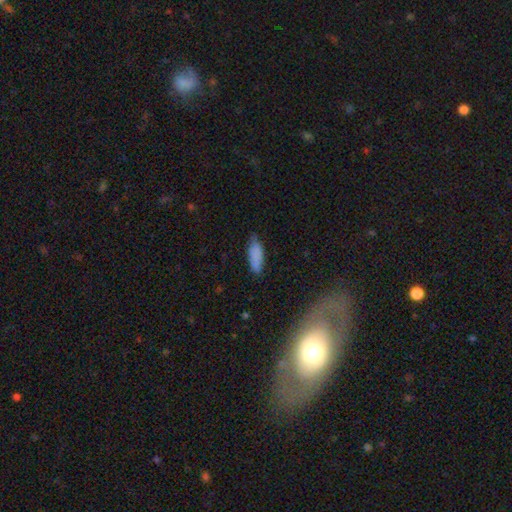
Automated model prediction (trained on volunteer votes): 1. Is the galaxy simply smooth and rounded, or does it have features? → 84% smooth, 8% featured or disk, 7% star or artifact.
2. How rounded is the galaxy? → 65% in between, 33% cigar-shaped, 2% round.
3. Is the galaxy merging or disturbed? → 69% none, 24% minor disturbance, 5% major disturbance, 2% merger.